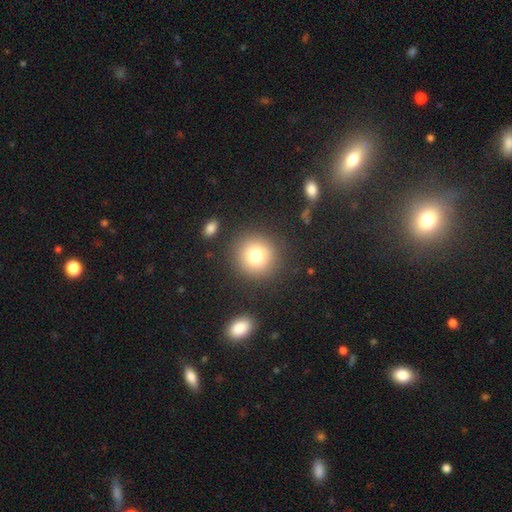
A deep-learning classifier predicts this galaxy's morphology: type=smooth (77%); roundness=round (93%); merging=none (87%).